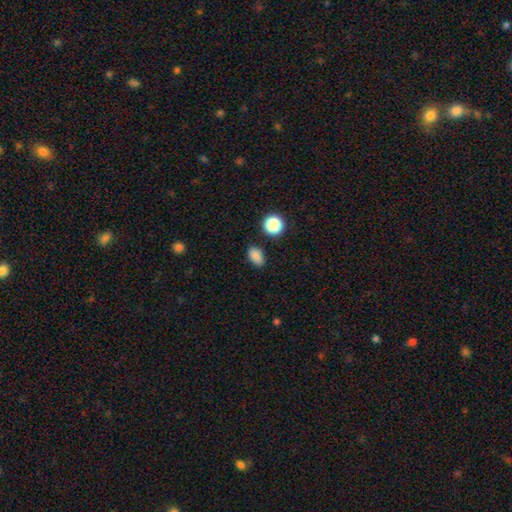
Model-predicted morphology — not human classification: Smooth or featured?
  - smooth: 85% *
  - star or artifact: 12%
  - featured or disk: 4%
How rounded?
  - in between: 83% *
  - round: 15%
  - cigar-shaped: 2%
Merging?
  - none: 83% *
  - minor disturbance: 12%
  - major disturbance: 3%
  - merger: 3%